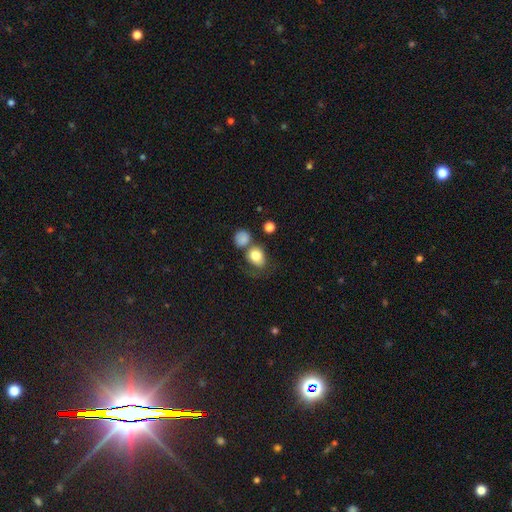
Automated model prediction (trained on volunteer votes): Morphology: type=smooth (80%); roundness=round (55%); merging=none (44%).